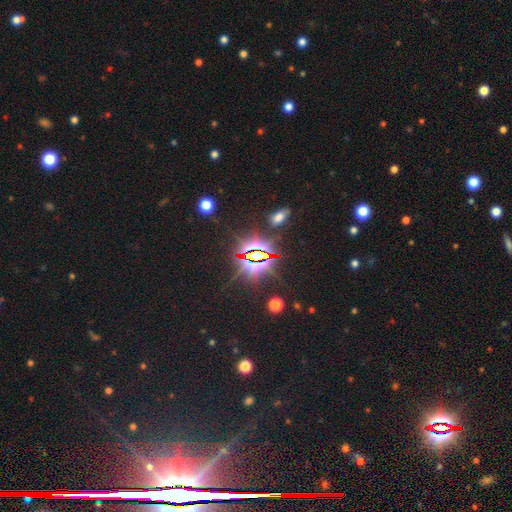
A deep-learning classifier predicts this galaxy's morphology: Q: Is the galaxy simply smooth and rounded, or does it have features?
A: star or artifact — 83%.